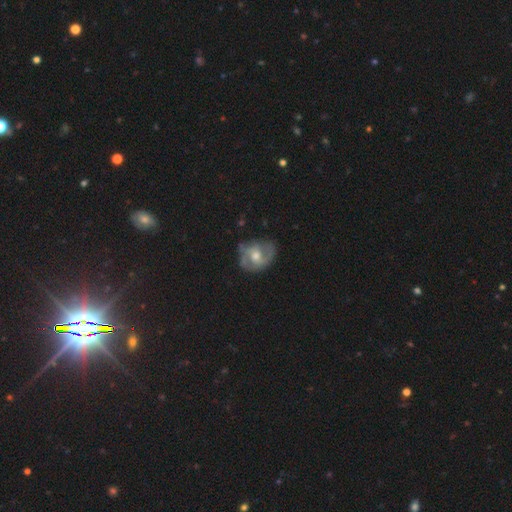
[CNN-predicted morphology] A featured or disk galaxy (68%) with no bar (66%), 2 (54%) medium (45%) spiral arms (77%) and a moderate central bulge (69%).

Vote fractions:
- Smooth or featured? featured or disk: 68% / smooth: 25% / star or artifact: 7%
- Edge-on disk? no: 97% / yes: 3%
- Bar? no: 66% / weak: 29% / strong: 6%
- Spiral arms? yes: 77% / no: 23%
- Spiral winding? medium: 45% / tight: 28% / loose: 27%
- Spiral arm count? 2: 54% / can't tell: 22% / 3: 11% / 1: 7% / 4: 3% / more than 4: 2%
- Bulge size? moderate: 69% / small: 17% / large: 10% / none: 2% / dominant: 1%
- Merging? none: 60% / minor disturbance: 25% / major disturbance: 13% / merger: 2%